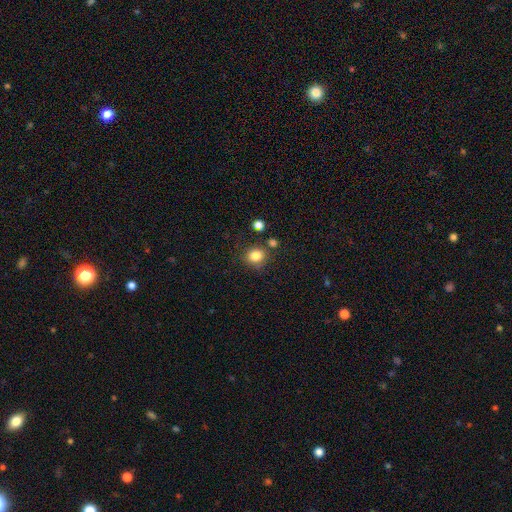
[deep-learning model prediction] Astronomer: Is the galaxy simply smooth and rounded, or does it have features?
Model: smooth — 83%.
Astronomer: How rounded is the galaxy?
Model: round — 75%.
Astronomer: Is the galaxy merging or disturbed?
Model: none — 77%.